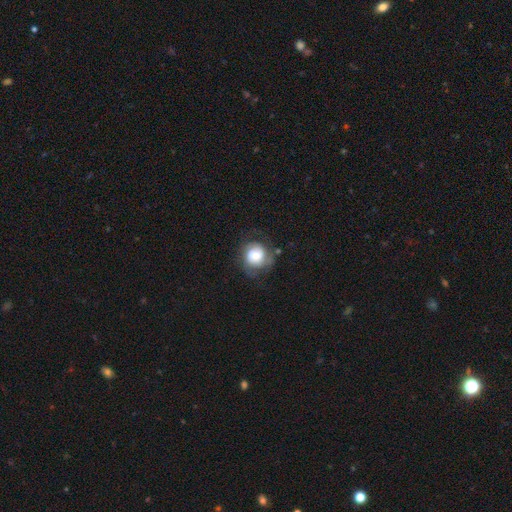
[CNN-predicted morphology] Q: Smooth or featured?
A: featured or disk (49%); runner-up: smooth (43%)
Q: Merging?
A: none (62%); runner-up: minor disturbance (21%)